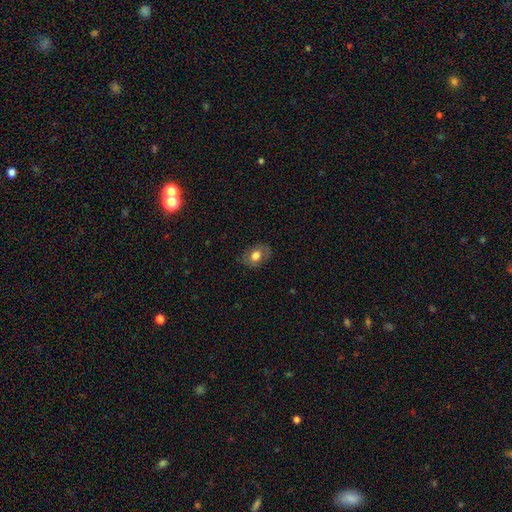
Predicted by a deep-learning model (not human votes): The model was most divided on "how rounded": in between: 68%, round: 31%, cigar-shaped: 1%. More confident: merging — none (80%); smooth or featured — smooth (70%).